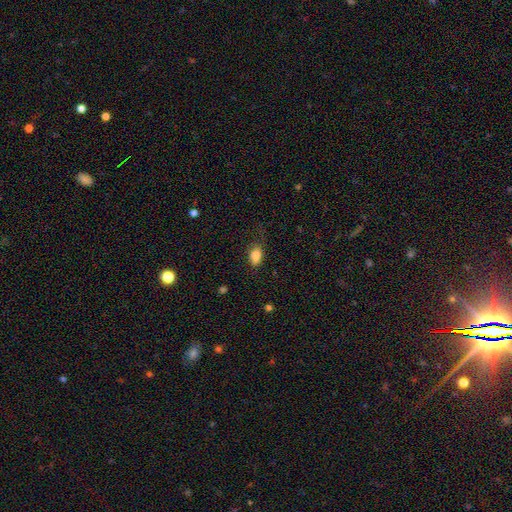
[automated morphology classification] The model was most divided on "merging": none: 55%, minor disturbance: 29%, major disturbance: 12%, merger: 4%. More confident: how rounded — in between (86%); smooth or featured — smooth (84%).